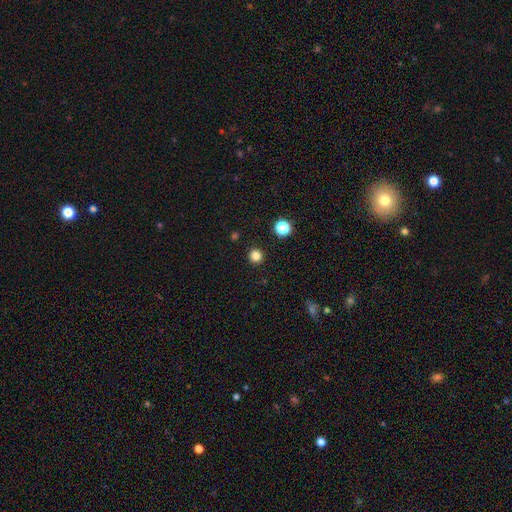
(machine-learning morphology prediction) smooth-or-featured: smooth: 83% | star or artifact: 14% | featured or disk: 4%
  how-rounded: round: 96% | in between: 3% | cigar-shaped: 1%
  merging: none: 93% | minor disturbance: 4% | major disturbance: 2% | merger: 1%